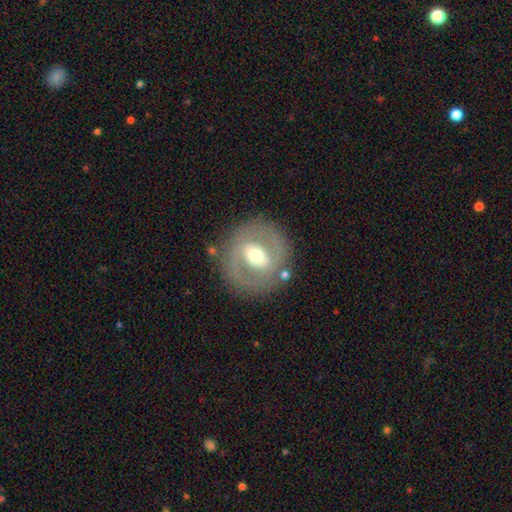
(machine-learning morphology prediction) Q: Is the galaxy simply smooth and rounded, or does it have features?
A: featured or disk — 62%.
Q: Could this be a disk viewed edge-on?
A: no — 95%.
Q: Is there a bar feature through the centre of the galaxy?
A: weak — 40%.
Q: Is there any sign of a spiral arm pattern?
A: no — 61%.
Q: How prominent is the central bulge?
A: moderate — 69%.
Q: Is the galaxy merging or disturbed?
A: none — 80%.